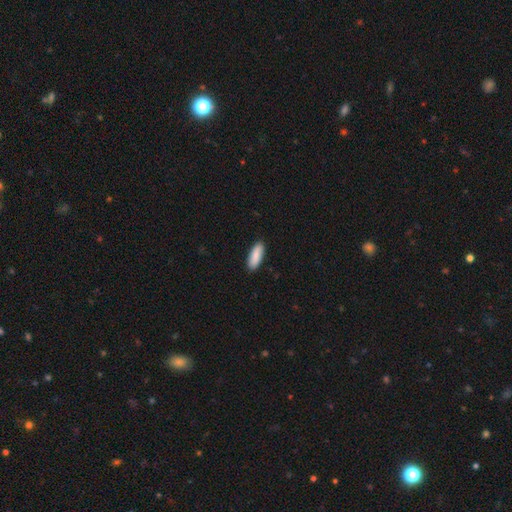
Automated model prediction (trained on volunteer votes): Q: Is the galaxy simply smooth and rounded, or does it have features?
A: smooth — 88%.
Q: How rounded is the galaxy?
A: in between — 69%.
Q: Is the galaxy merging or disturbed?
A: none — 90%.